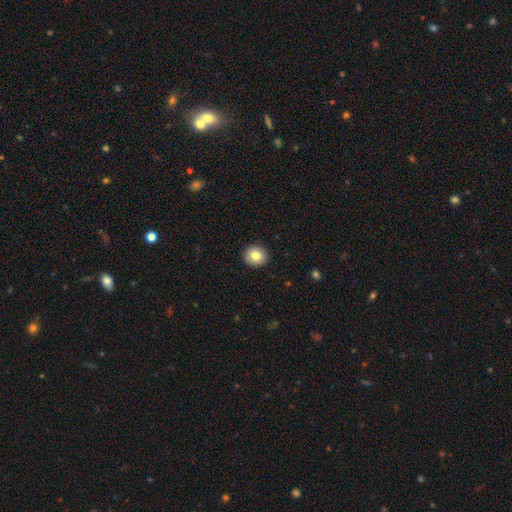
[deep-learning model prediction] This is clearly a smooth galaxy (81%). How rounded: clearly round (89%). Merging: clearly none (92%).